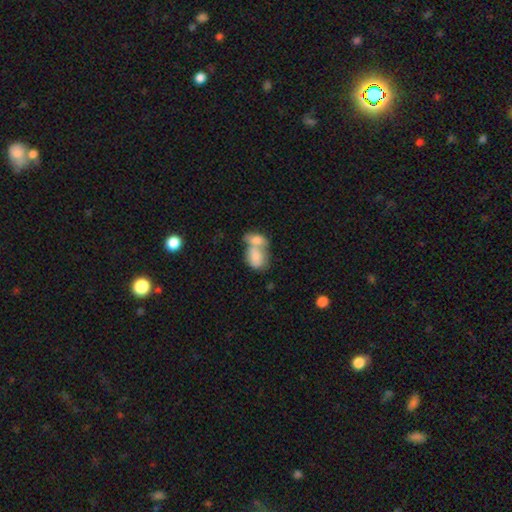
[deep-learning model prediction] smooth_or_featured: smooth (p=0.75) [alt: featured or disk p=0.18]
how_rounded: in between (p=0.76) [alt: round p=0.22]
merging: merger (p=0.74) [alt: none p=0.15]